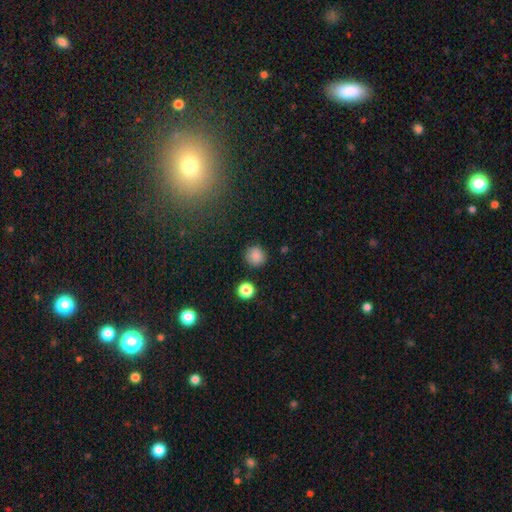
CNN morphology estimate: This is clearly a smooth galaxy (85%). How rounded: clearly round (92%). Merging: clearly none (88%).